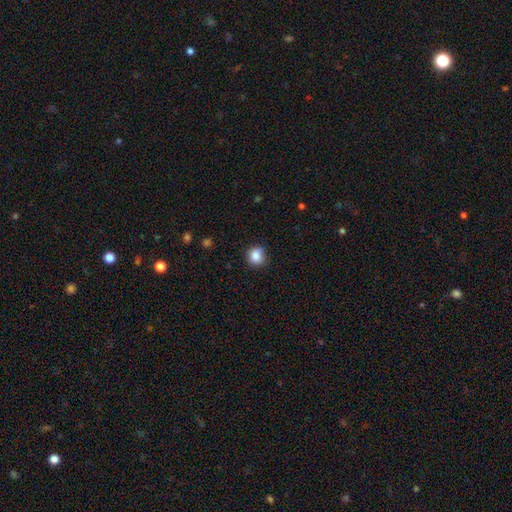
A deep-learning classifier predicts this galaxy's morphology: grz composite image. It shows a smooth galaxy with no disk features (85%) that is round (87%). Merging: none (79%).